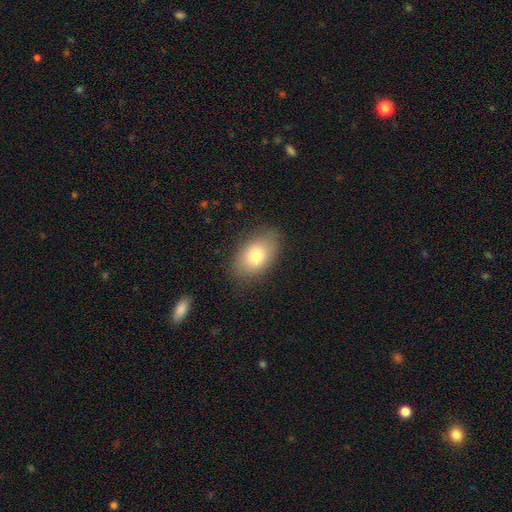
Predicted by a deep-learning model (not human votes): Smooth or featured: smooth — 78% (featured or disk — 14%)
How rounded: in between — 90% (round — 8%)
Merging: none — 82% (minor disturbance — 14%)